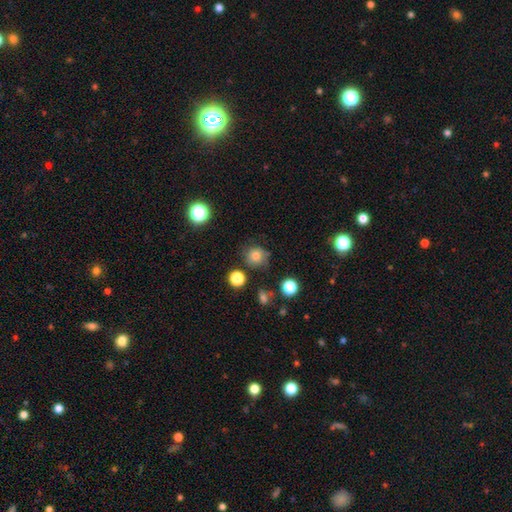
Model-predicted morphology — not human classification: This is likely a smooth galaxy (76%). How rounded: clearly round (88%). Merging: likely none (72%).